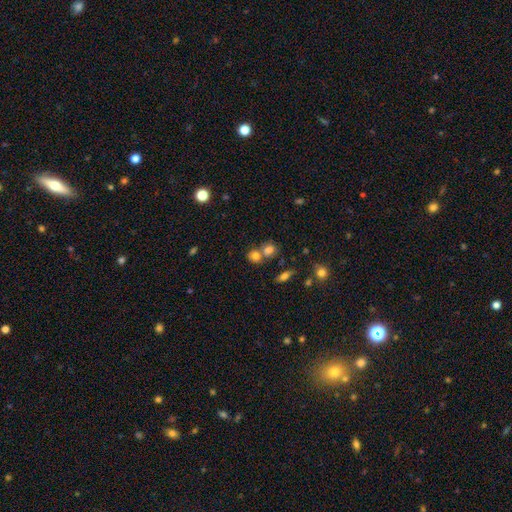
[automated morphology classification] Smooth or featured?
  - smooth: 77% *
  - star or artifact: 12%
  - featured or disk: 11%
How rounded?
  - round: 62% *
  - in between: 36%
  - cigar-shaped: 2%
Merging?
  - merger: 46% *
  - none: 42%
  - minor disturbance: 9%
  - major disturbance: 3%